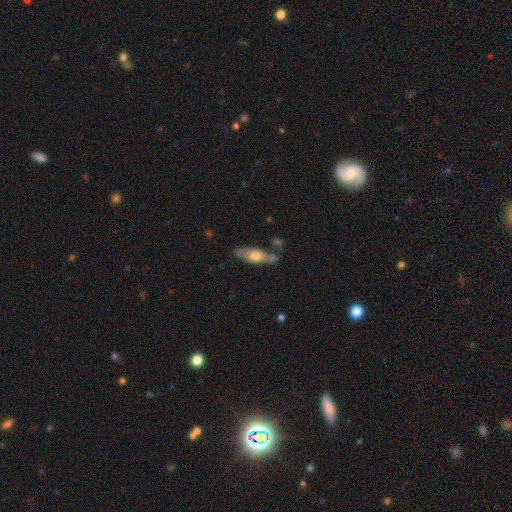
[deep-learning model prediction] Smooth or featured? smooth (51%)
How rounded? in between (51%)
Merging? none (71%)